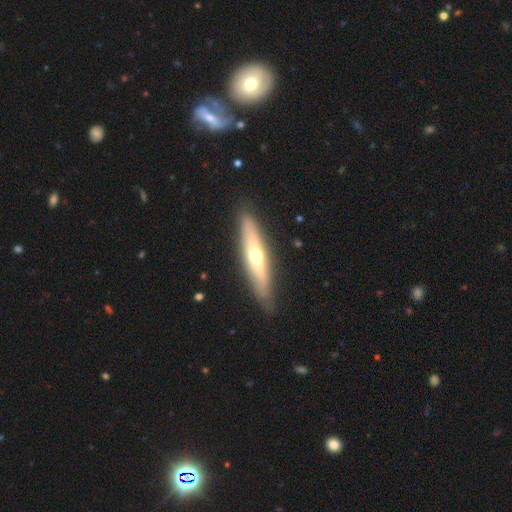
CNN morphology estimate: The model was most divided on "smooth or featured": featured or disk: 57%, smooth: 38%, star or artifact: 6%. More confident: merging — none (86%); edge-on disk — yes (82%).